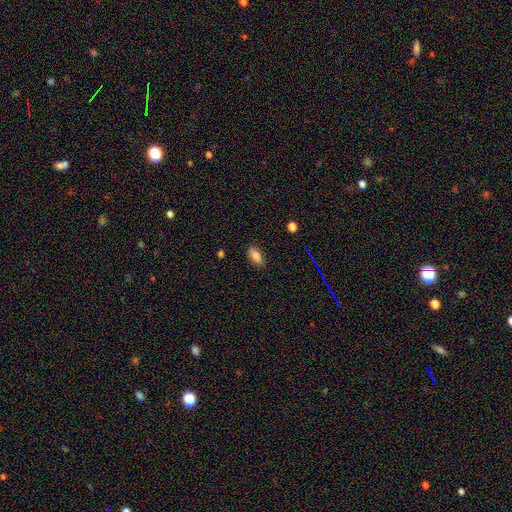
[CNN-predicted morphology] smooth_or_featured: smooth (p=0.83) [alt: star or artifact p=0.10]
how_rounded: in between (p=0.91) [alt: cigar-shaped p=0.05]
merging: none (p=0.86) [alt: minor disturbance p=0.11]